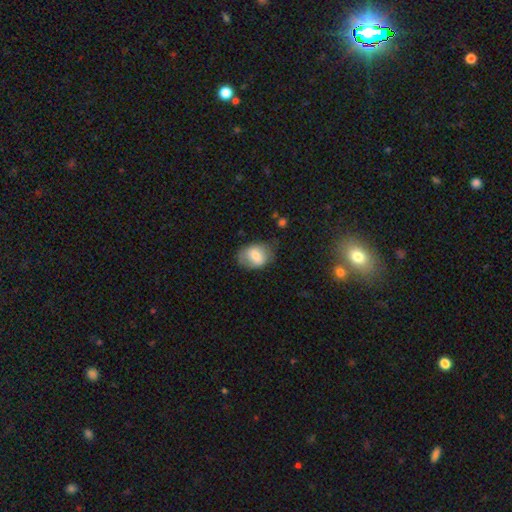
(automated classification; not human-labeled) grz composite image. It shows a smooth galaxy with no disk features (72%) that is in between round and cigar-shaped (66%). Merging: none (64%).